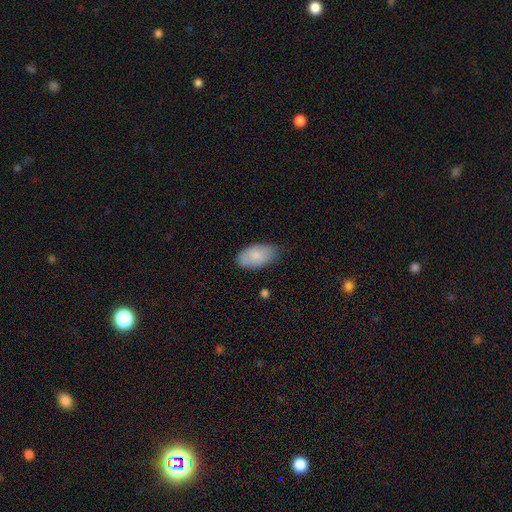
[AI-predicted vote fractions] Overall: smooth (86%). How rounded: in between (95%). Merging: none (79%).